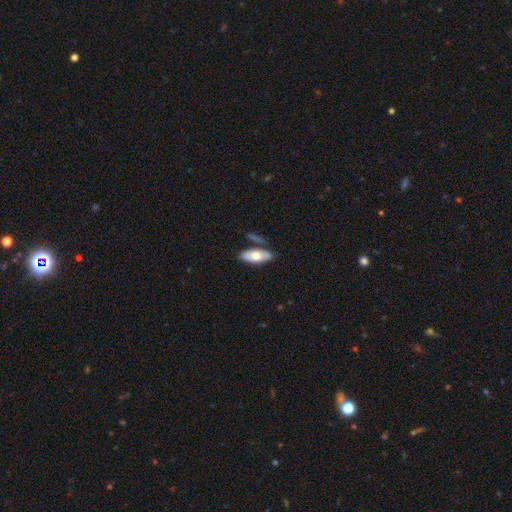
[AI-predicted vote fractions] Smooth or featured: smooth — 66% (featured or disk — 28%)
How rounded: in between — 83% (cigar-shaped — 15%)
Merging: none — 75% (minor disturbance — 13%)